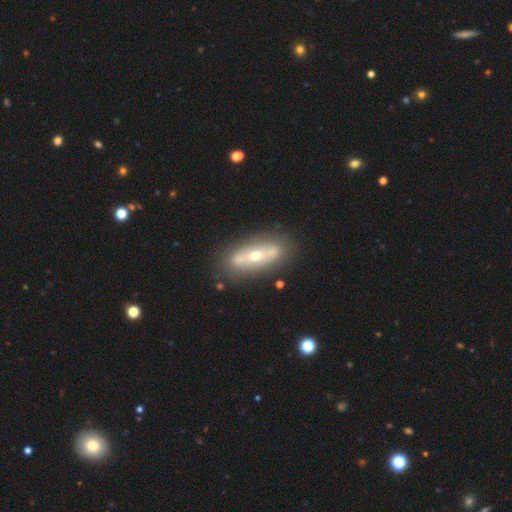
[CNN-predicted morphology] Smooth or featured? Predicted: featured or disk (p=0.63). Edge-on disk? Predicted: no (p=0.64). Merging? Predicted: none (p=0.79).